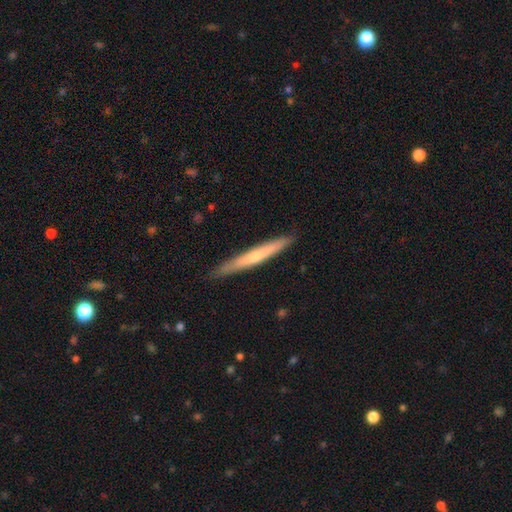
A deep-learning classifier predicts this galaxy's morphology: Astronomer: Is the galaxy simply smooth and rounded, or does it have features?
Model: featured or disk — 48% (runner-up: smooth, 47%).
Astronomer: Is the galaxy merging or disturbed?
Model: none — 89%.